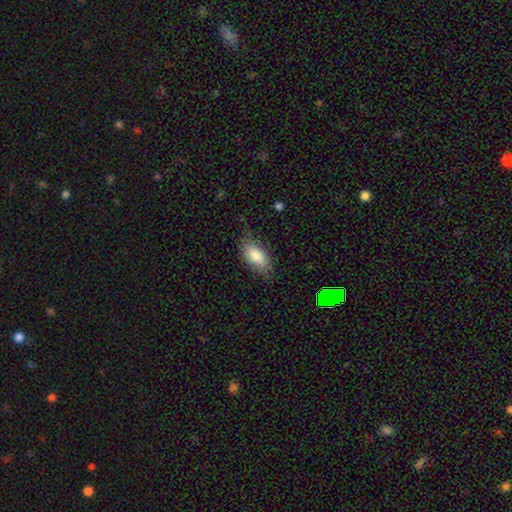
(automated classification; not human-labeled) The model was most divided on "merging": none: 71%, minor disturbance: 22%, major disturbance: 6%, merger: 1%. More confident: how rounded — in between (90%); smooth or featured — smooth (81%).